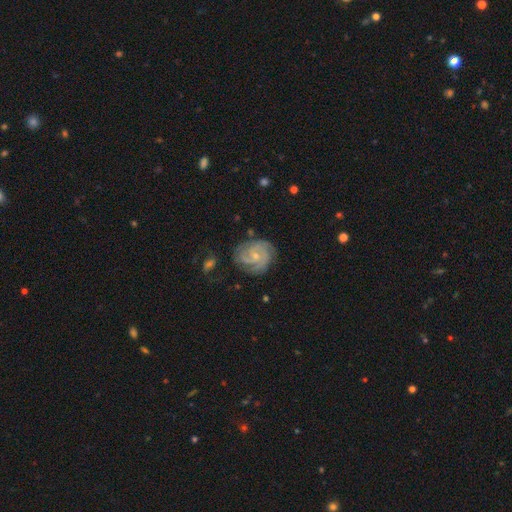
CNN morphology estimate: Smooth or featured?
  - featured or disk: 85% *
  - smooth: 10%
  - star or artifact: 6%
Edge-on disk?
  - no: 98% *
  - yes: 2%
Bar?
  - no: 64% *
  - weak: 30%
  - strong: 5%
Spiral arms?
  - yes: 97% *
  - no: 3%
Spiral winding?
  - tight: 64% *
  - medium: 31%
  - loose: 6%
Spiral arm count?
  - 3: 38% *
  - 2: 22%
  - can't tell: 18%
  - 4: 12%
  - 1: 5%
  - more than 4: 5%
Bulge size?
  - small: 69% *
  - moderate: 27%
  - none: 2%
  - large: 1%
  - dominant: 1%
Merging?
  - none: 73% *
  - minor disturbance: 19%
  - major disturbance: 6%
  - merger: 2%